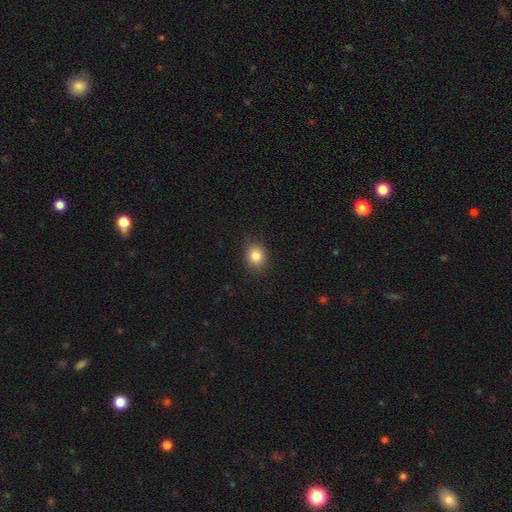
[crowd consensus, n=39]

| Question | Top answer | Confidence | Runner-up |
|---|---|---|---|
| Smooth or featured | smooth | 85% | star or artifact (10%) |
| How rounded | round | 85% | in between (15%) |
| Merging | none | 89% | minor disturbance (11%) |